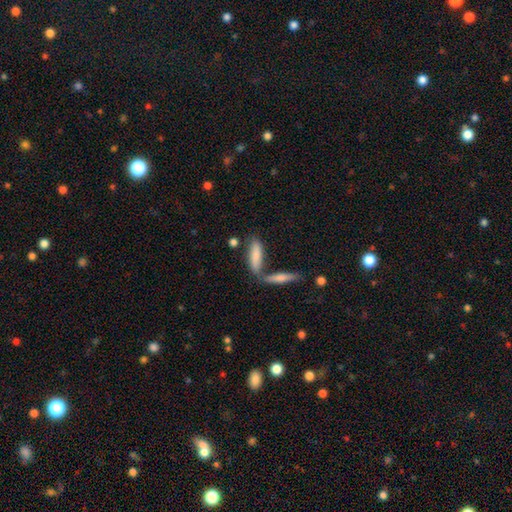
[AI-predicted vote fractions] A smooth galaxy with no disk features (75%) that is cigar-shaped (55%).

Vote fractions:
- Smooth or featured? smooth: 75% / featured or disk: 19% / star or artifact: 6%
- How rounded? cigar-shaped: 55% / in between: 43% / round: 2%
- Merging? none: 48% / merger: 36% / minor disturbance: 12% / major disturbance: 4%